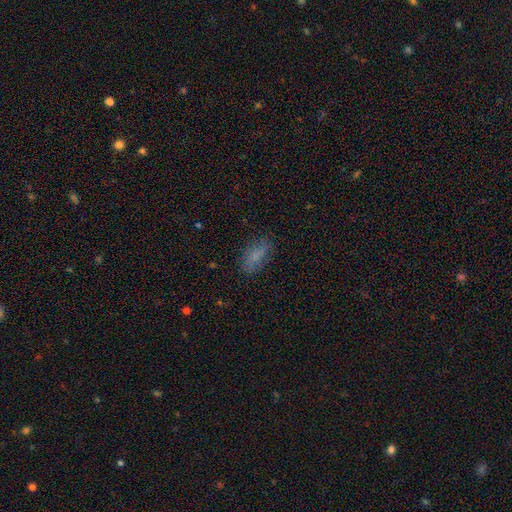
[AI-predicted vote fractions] This is likely a smooth galaxy (77%). How rounded: likely in between (80%). Merging: likely none (75%).